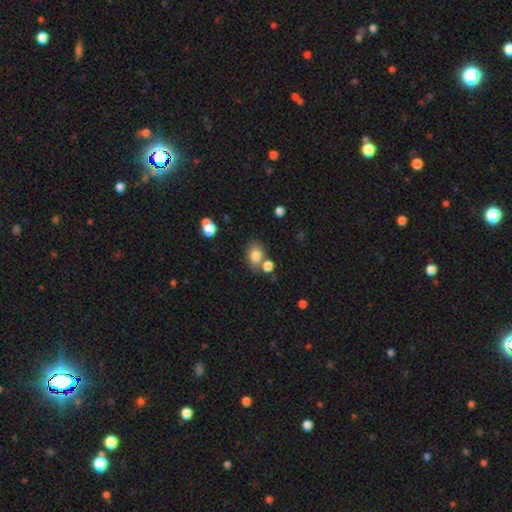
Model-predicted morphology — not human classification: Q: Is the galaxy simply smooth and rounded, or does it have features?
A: smooth — 80%.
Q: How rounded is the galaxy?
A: in between — 63%.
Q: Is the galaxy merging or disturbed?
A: none — 58%.